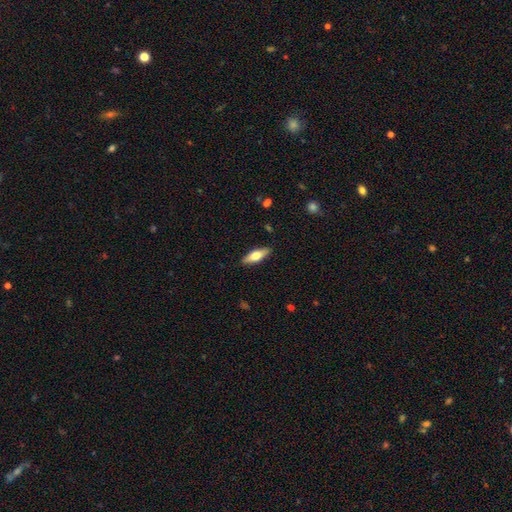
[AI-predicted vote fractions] Q: Smooth or featured?
A: smooth (61%); runner-up: featured or disk (33%)
Q: How rounded?
A: in between (59%); runner-up: cigar-shaped (39%)
Q: Merging?
A: none (88%); runner-up: minor disturbance (9%)